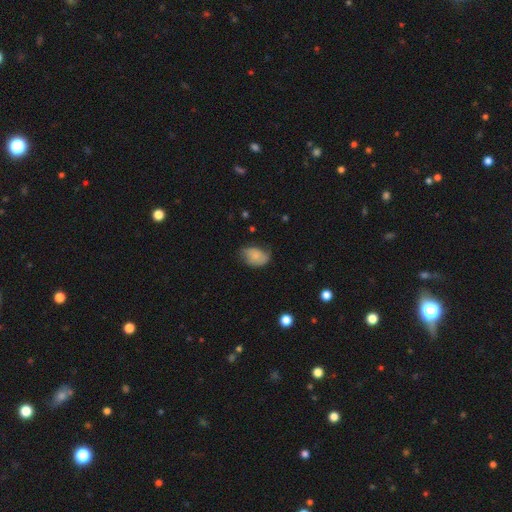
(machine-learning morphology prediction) smooth_or_featured: smooth (p=0.70) [alt: featured or disk p=0.22]
how_rounded: in between (p=0.82) [alt: round p=0.16]
merging: none (p=0.51) [alt: minor disturbance p=0.37]